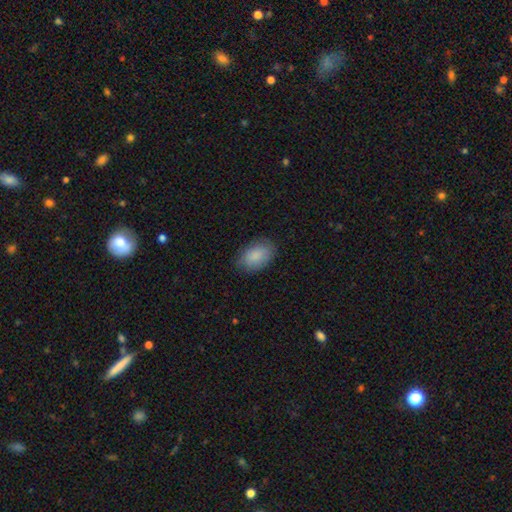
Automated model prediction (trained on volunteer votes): smooth 87%, featured or disk 7%, star or artifact 6%. Down the decision tree: how rounded — in between (90%); merging — none (81%).